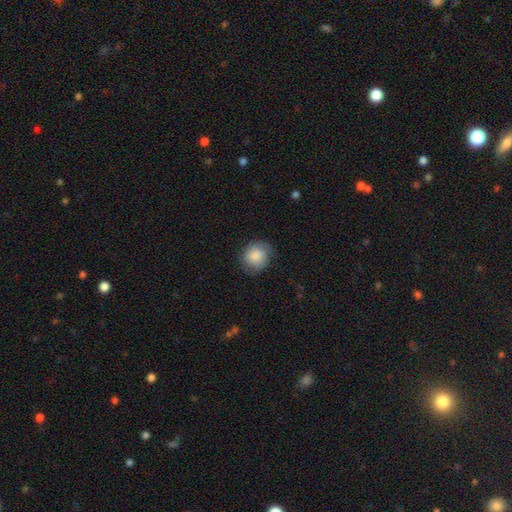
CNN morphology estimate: Smooth or featured? Predicted: smooth (p=0.84). How rounded? Predicted: round (p=0.76). Merging? Predicted: none (p=0.78).